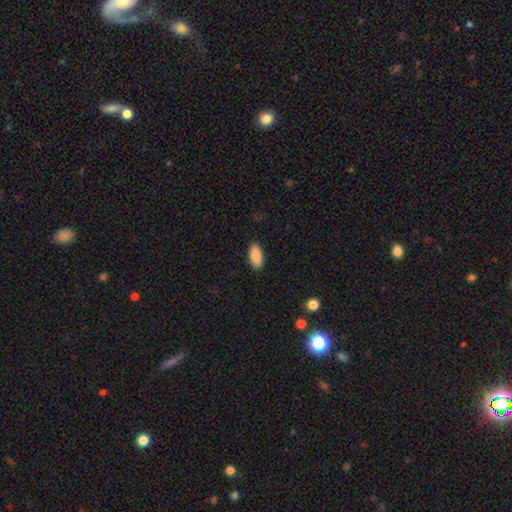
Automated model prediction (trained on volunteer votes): Q: Smooth or featured?
A: smooth (89%); runner-up: star or artifact (6%)
Q: How rounded?
A: in between (89%); runner-up: cigar-shaped (9%)
Q: Merging?
A: none (90%); runner-up: minor disturbance (7%)